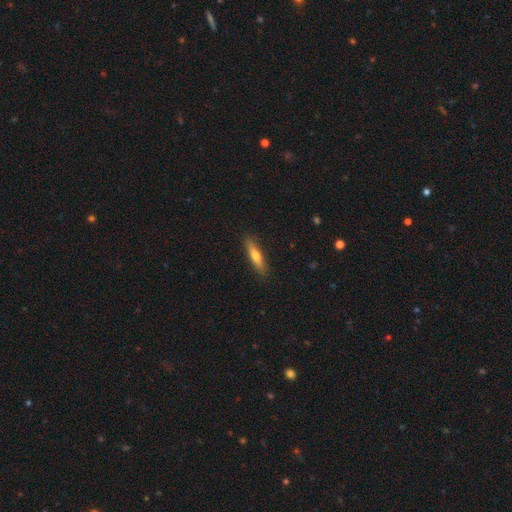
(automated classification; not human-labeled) Smooth or featured? smooth (61%)
How rounded? cigar-shaped (81%)
Merging? none (88%)